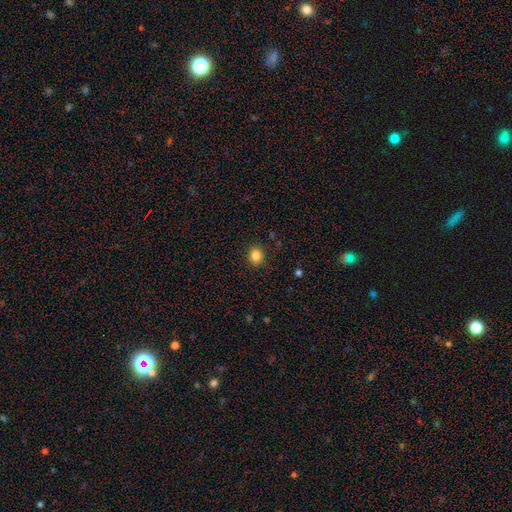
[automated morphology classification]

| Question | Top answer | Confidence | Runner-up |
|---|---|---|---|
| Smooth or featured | smooth | 84% | star or artifact (11%) |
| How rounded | round | 71% | in between (28%) |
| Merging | none | 90% | minor disturbance (7%) |